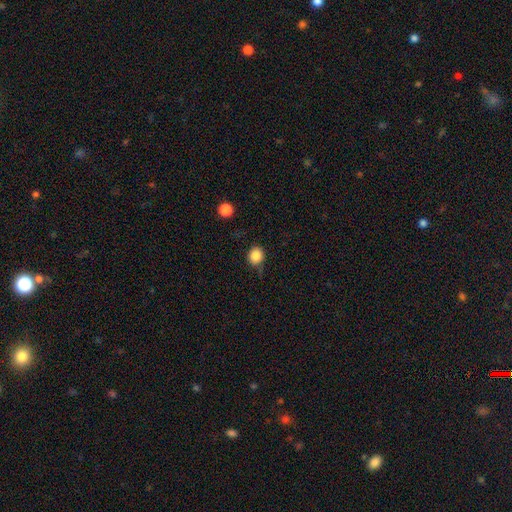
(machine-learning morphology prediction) Overall: smooth (85%). How rounded: round (83%). Merging: none (73%).